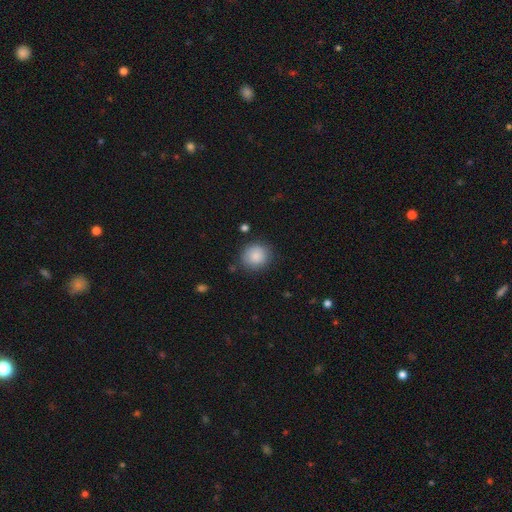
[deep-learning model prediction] Morphology: type=smooth (87%); roundness=round (88%); merging=none (84%).